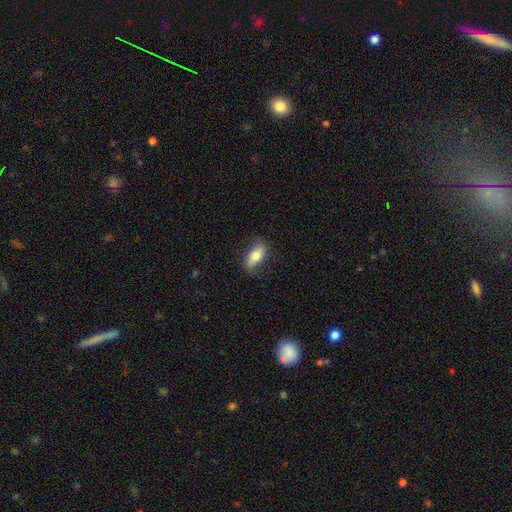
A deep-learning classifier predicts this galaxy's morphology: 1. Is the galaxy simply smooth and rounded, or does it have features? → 77% smooth, 16% featured or disk, 6% star or artifact.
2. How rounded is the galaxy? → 84% in between, 12% cigar-shaped, 3% round.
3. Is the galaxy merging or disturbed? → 80% none, 15% minor disturbance, 3% major disturbance, 1% merger.